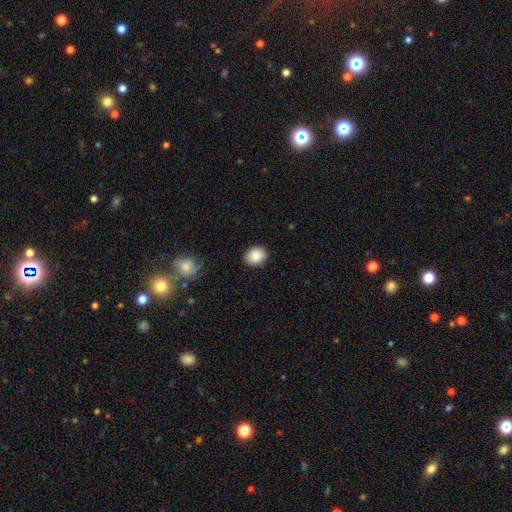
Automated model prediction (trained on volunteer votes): A smooth galaxy with no disk features (87%) that is round (59%). Merging: none (88%).